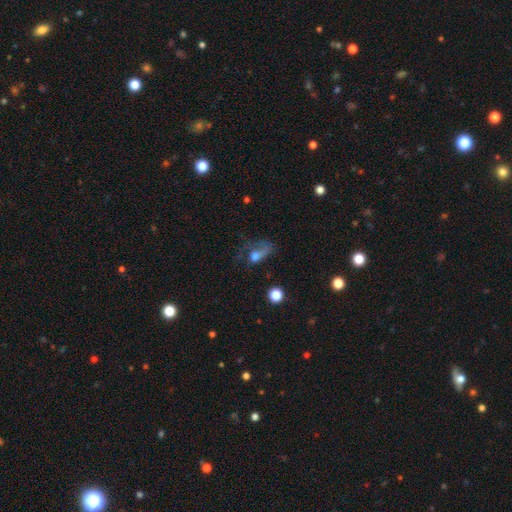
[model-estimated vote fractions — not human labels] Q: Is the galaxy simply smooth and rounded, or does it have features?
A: smooth — 50%.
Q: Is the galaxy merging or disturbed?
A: major disturbance — 56%.